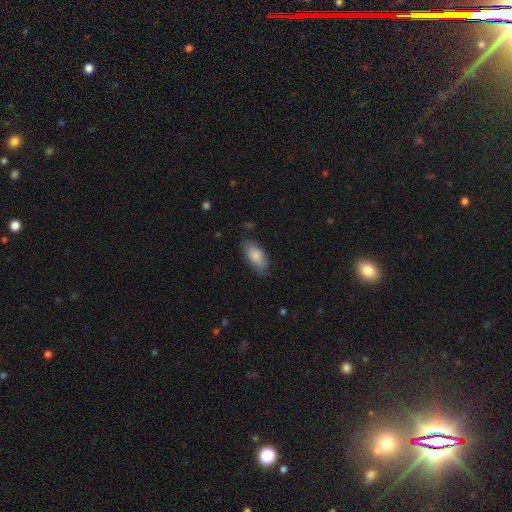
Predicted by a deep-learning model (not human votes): smooth_or_featured: smooth (p=0.84) [alt: featured or disk p=0.10]
how_rounded: in between (p=0.88) [alt: cigar-shaped p=0.10]
merging: none (p=0.74) [alt: minor disturbance p=0.20]